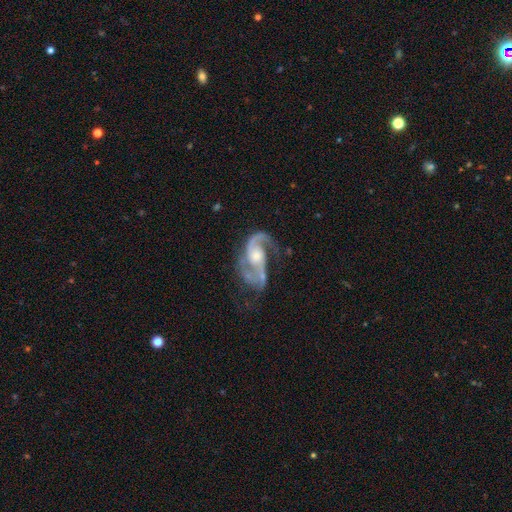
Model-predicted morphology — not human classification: Smooth or featured: featured or disk — 90% (smooth — 5%)
Edge-on disk: no — 97% (yes — 3%)
Bar: no — 58% (weak — 33%)
Spiral arms: yes — 97% (no — 3%)
Spiral winding: medium — 53% (loose — 29%)
Spiral arm count: 2 — 84% (1 — 6%)
Bulge size: moderate — 53% (small — 26%)
Merging: none — 47% (major disturbance — 26%)